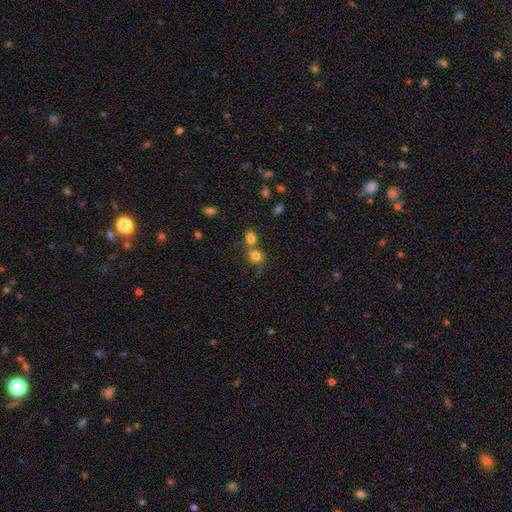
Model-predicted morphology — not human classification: Smooth or featured?
  - smooth: 78% *
  - star or artifact: 12%
  - featured or disk: 10%
How rounded?
  - round: 78% *
  - in between: 21%
  - cigar-shaped: 1%
Merging?
  - none: 44% *
  - merger: 41%
  - minor disturbance: 10%
  - major disturbance: 5%